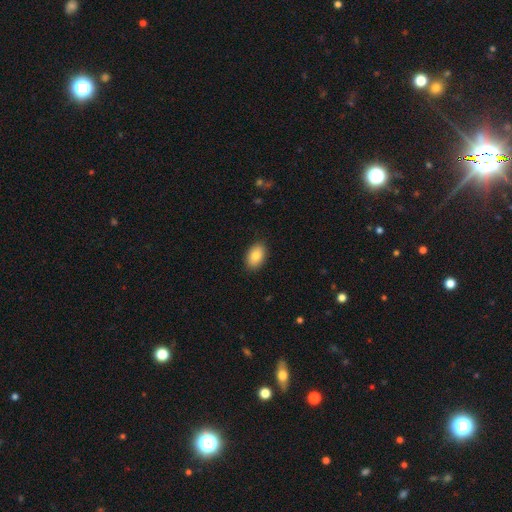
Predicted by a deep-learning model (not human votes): Smooth or featured? Predicted: smooth (p=0.83). How rounded? Predicted: in between (p=0.88). Merging? Predicted: none (p=0.88).